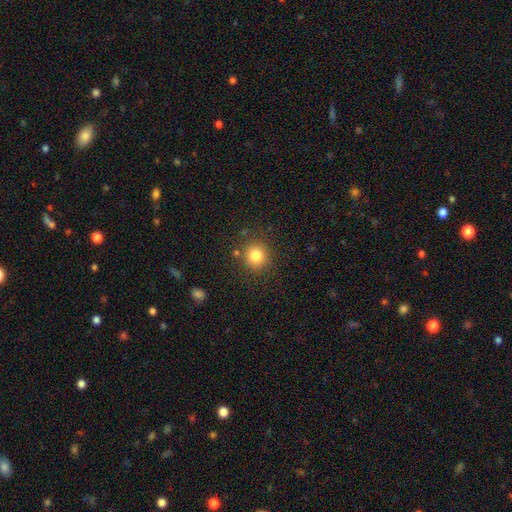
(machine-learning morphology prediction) Q: Smooth or featured?
A: smooth (81%); runner-up: star or artifact (12%)
Q: How rounded?
A: round (91%); runner-up: in between (8%)
Q: Merging?
A: none (86%); runner-up: minor disturbance (8%)